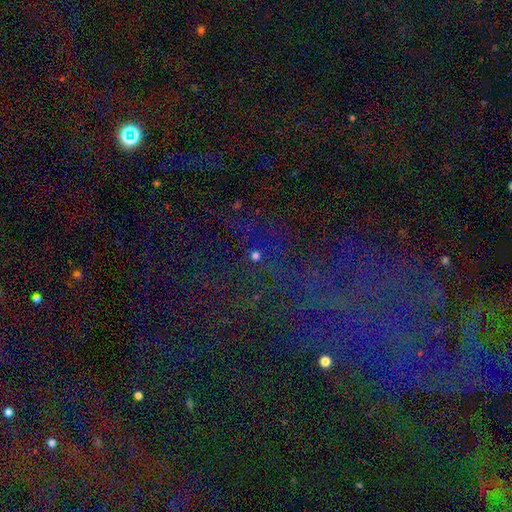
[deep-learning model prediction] smooth 46% (tied), star or artifact 46% (tied), featured or disk 8%. Down the decision tree: merging — none (79%).